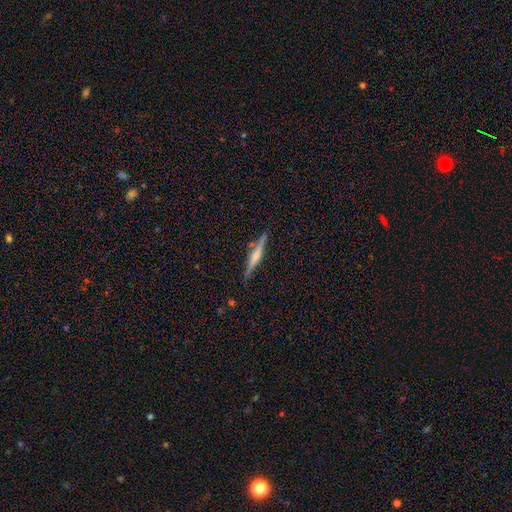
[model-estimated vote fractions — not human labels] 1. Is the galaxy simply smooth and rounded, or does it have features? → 59% featured or disk, 34% smooth, 7% star or artifact.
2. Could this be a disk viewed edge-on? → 97% yes, 3% no.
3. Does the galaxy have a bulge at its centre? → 52% rounded, 25% none, 23% boxy.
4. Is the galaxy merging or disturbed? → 83% none, 12% minor disturbance, 3% merger, 2% major disturbance.